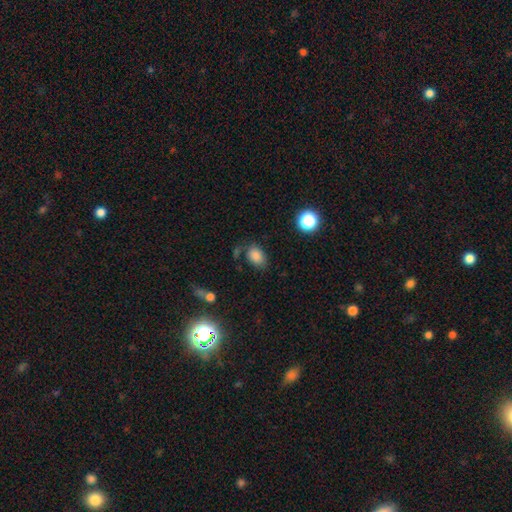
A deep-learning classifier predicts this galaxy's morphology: Smooth or featured?
  - smooth: 83% *
  - star or artifact: 12%
  - featured or disk: 6%
How rounded?
  - in between: 80% *
  - round: 19%
  - cigar-shaped: 1%
Merging?
  - none: 70% *
  - minor disturbance: 18%
  - merger: 7%
  - major disturbance: 6%